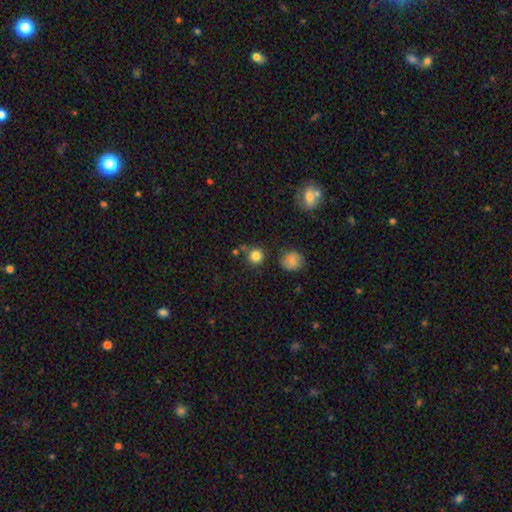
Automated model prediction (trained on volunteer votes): smooth-or-featured: smooth: 82% | star or artifact: 12% | featured or disk: 5%
  how-rounded: round: 92% | in between: 7% | cigar-shaped: 1%
  merging: none: 78% | merger: 10% | minor disturbance: 10% | major disturbance: 3%